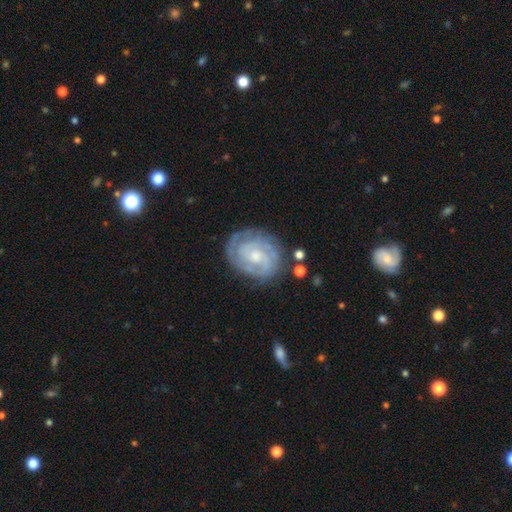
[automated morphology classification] A featured or disk galaxy (84%) with no bar (67%), 2 (35%) tight (76%) spiral arms (95%) and a small central bulge (48%). Merging: none (76%).